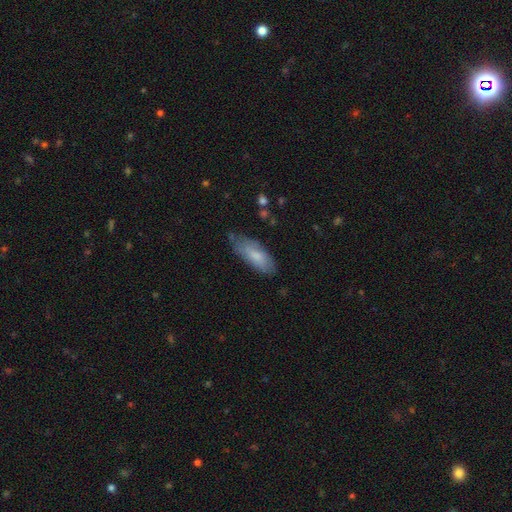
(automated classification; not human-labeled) Morphology: type=smooth (75%); roundness=in between (75%); merging=none (65%).